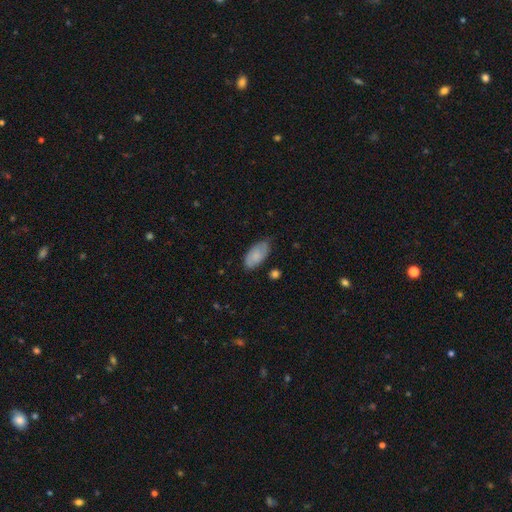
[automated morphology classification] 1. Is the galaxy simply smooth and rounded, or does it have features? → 76% smooth, 18% featured or disk, 6% star or artifact.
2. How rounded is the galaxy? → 94% in between, 4% cigar-shaped, 2% round.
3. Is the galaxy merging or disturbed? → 74% none, 21% minor disturbance, 4% major disturbance, 2% merger.